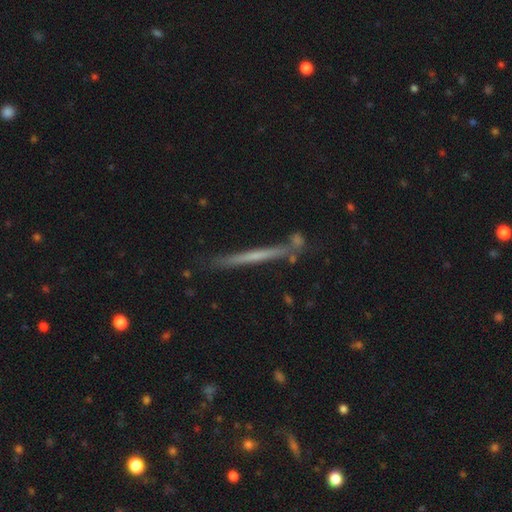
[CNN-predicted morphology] Smooth or featured? featured or disk (52%)
Edge-on disk? yes (96%)
Merging? none (79%)